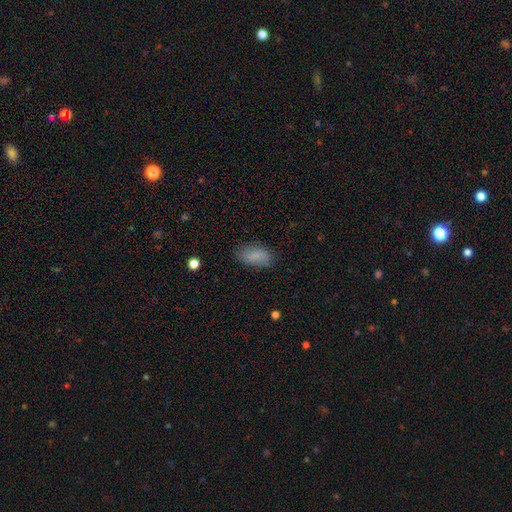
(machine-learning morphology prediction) A smooth galaxy with no disk features (81%) that is in between round and cigar-shaped (92%). Merging: none (79%).